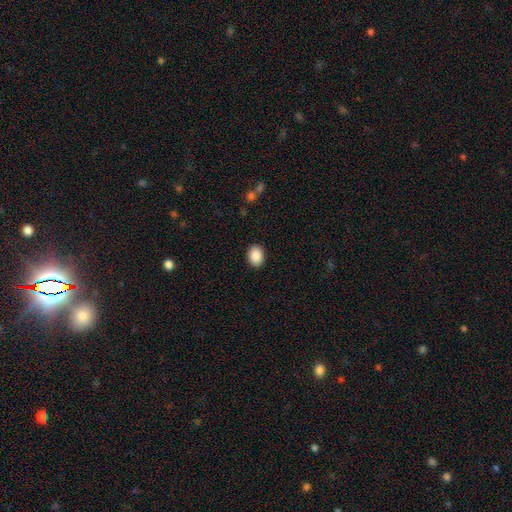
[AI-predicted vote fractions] A smooth galaxy with no disk features (89%) that is in between round and cigar-shaped (65%).

Vote fractions:
- Smooth or featured? smooth: 89% / star or artifact: 8% / featured or disk: 4%
- How rounded? in between: 65% / round: 34% / cigar-shaped: 1%
- Merging? none: 90% / minor disturbance: 7% / major disturbance: 2% / merger: 1%